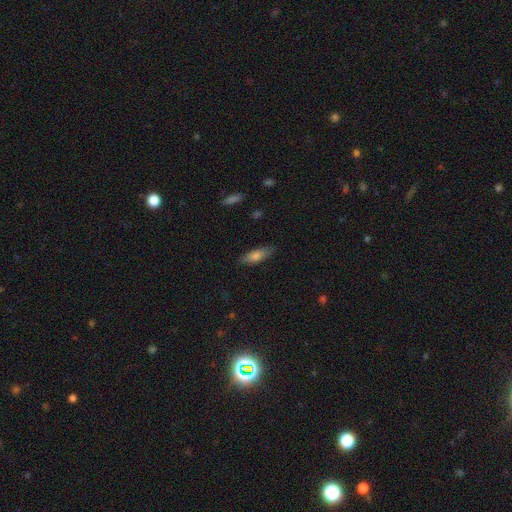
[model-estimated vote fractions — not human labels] Overall: smooth (68%). How rounded: cigar-shaped (52%; in between 45%). Merging: none (84%).